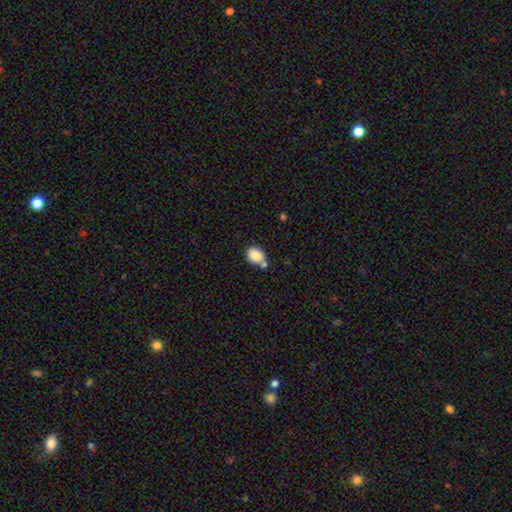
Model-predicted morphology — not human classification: Overall: smooth (86%). How rounded: in between (59%; round 40%). Merging: none (56%; merger 24%).